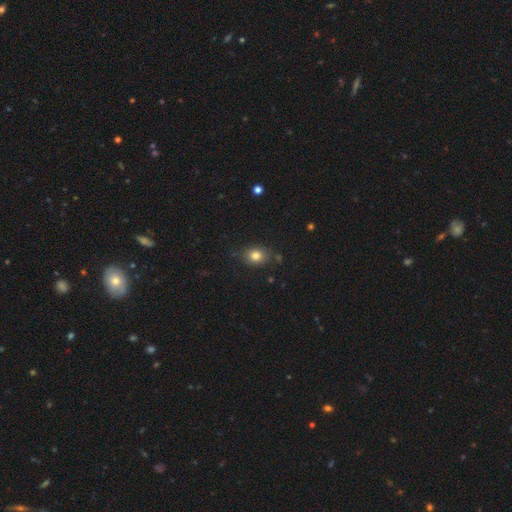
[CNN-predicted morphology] Smooth or featured? smooth (81%)
How rounded? in between (53%)
Merging? none (80%)